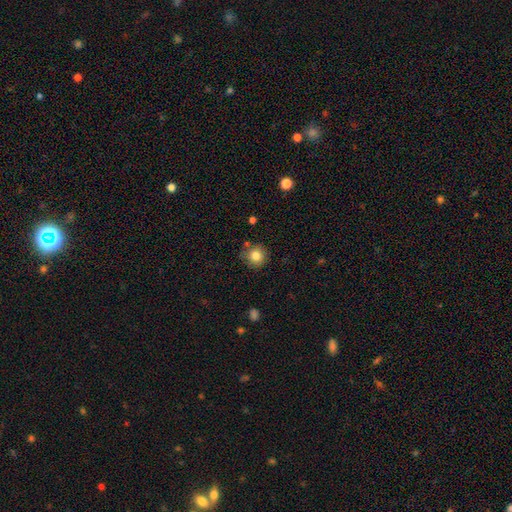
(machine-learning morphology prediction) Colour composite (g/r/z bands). It shows a smooth galaxy with no disk features (81%) that is round (92%). Merging: none (82%).